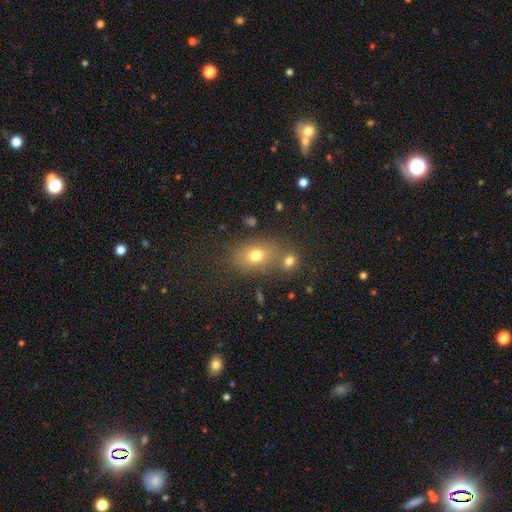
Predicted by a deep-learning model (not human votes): Morphology: type=smooth (72%); roundness=in between (71%); merging=none (64%).